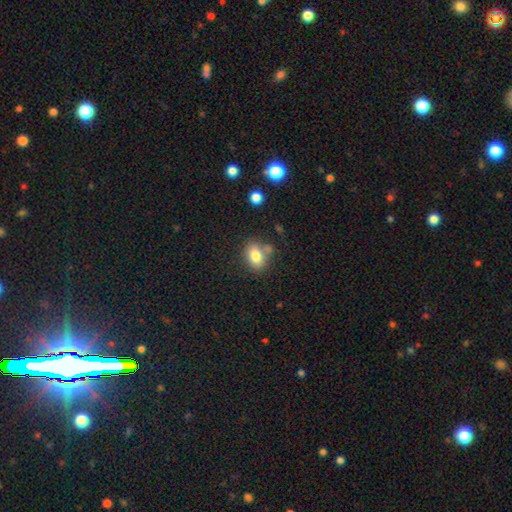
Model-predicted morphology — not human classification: type=smooth (80%); roundness=in between (76%); merging=none (66%).